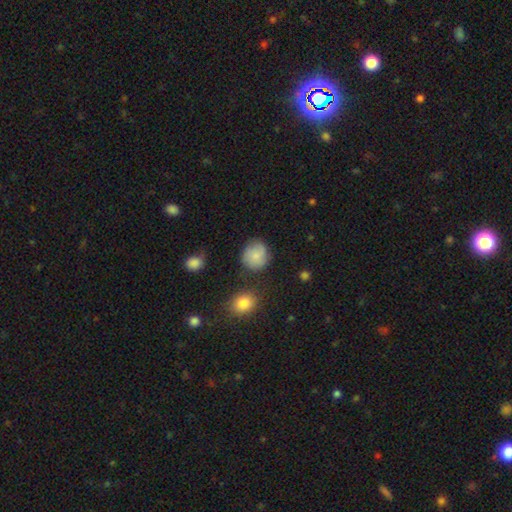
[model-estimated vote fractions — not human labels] Smooth or featured?
  - smooth: 79% *
  - featured or disk: 13%
  - star or artifact: 9%
How rounded?
  - round: 82% *
  - in between: 17%
  - cigar-shaped: 1%
Merging?
  - none: 71% *
  - minor disturbance: 19%
  - major disturbance: 6%
  - merger: 4%